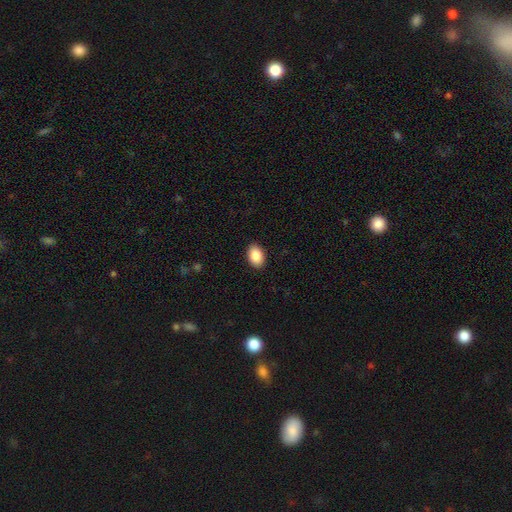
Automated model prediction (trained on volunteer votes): Overall: smooth (88%). How rounded: in between (86%). Merging: none (90%).